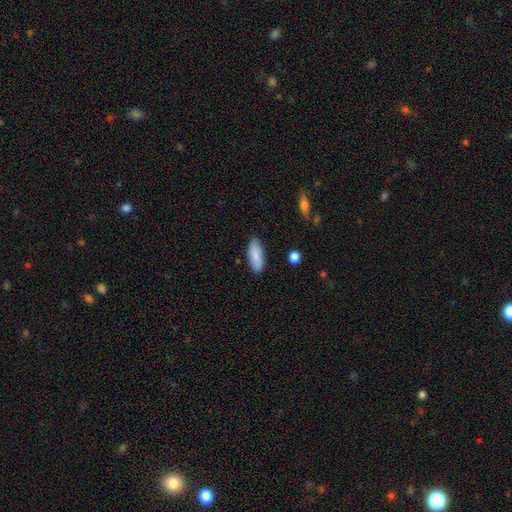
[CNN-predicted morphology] A smooth galaxy with no disk features (85%) that is in between round and cigar-shaped (76%).

Vote fractions:
- Smooth or featured? smooth: 85% / featured or disk: 8% / star or artifact: 6%
- How rounded? in between: 76% / cigar-shaped: 22% / round: 2%
- Merging? none: 85% / minor disturbance: 11% / major disturbance: 2% / merger: 1%